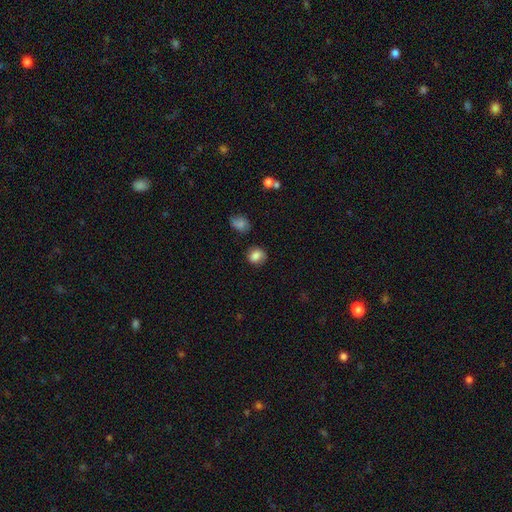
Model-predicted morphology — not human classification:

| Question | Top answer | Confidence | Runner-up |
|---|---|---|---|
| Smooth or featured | smooth | 81% | featured or disk (10%) |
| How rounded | round | 64% | in between (35%) |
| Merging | none | 73% | minor disturbance (19%) |